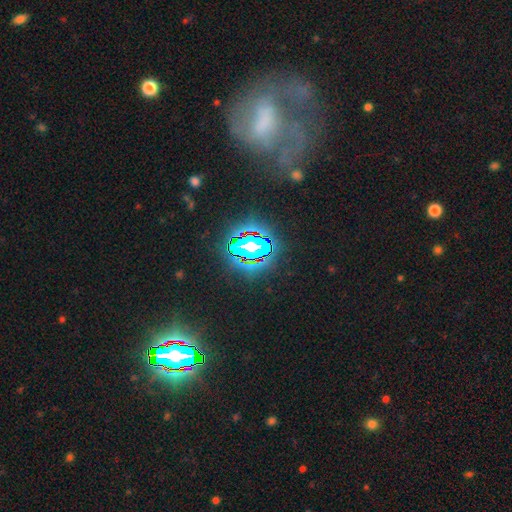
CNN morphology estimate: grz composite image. It shows a star or artifact, not a galaxy (74%).